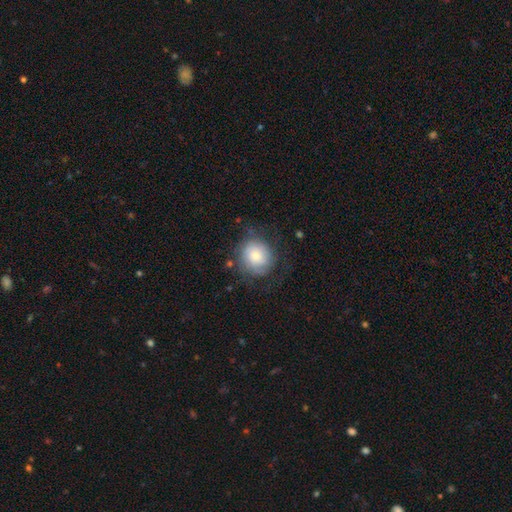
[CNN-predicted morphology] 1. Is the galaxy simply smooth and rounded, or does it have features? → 63% smooth, 29% featured or disk, 8% star or artifact.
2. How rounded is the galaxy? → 86% round, 13% in between, 1% cigar-shaped.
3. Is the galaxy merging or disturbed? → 65% none, 21% minor disturbance, 13% major disturbance, 2% merger.